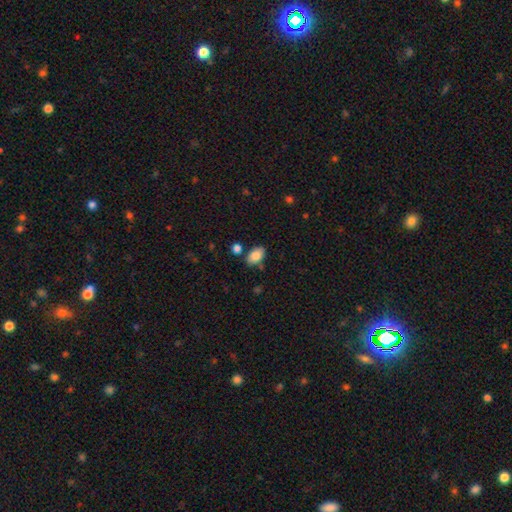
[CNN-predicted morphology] The model was most divided on "merging": none: 77%, minor disturbance: 13%, merger: 7%, major disturbance: 3%. More confident: how rounded — in between (91%); smooth or featured — smooth (84%).